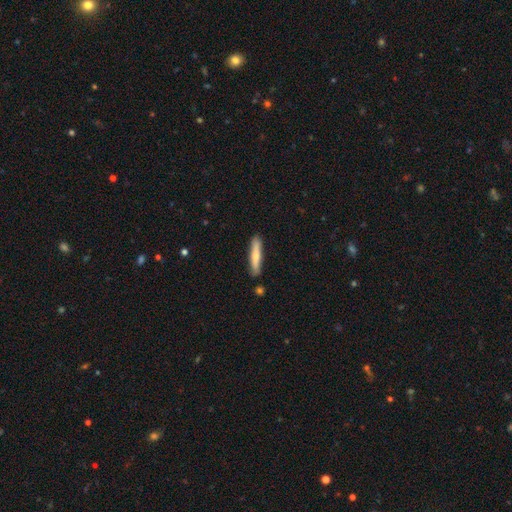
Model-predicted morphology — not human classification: Smooth or featured? Predicted: smooth (p=0.64). How rounded? Predicted: cigar-shaped (p=0.89). Merging? Predicted: none (p=0.87).